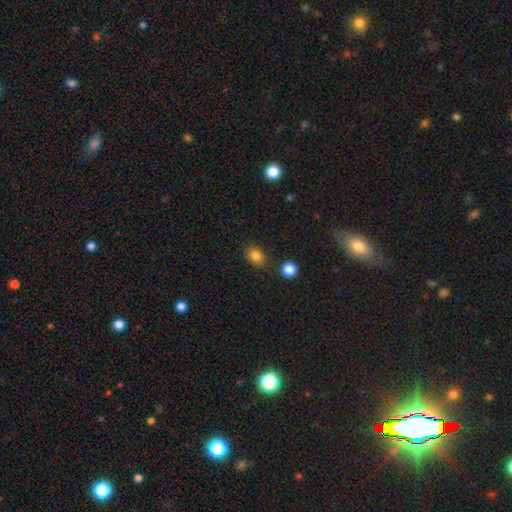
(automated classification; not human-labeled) smooth-or-featured: smooth: 84% | star or artifact: 11% | featured or disk: 5%
  how-rounded: in between: 63% | round: 36% | cigar-shaped: 1%
  merging: none: 80% | minor disturbance: 12% | merger: 4% | major disturbance: 3%